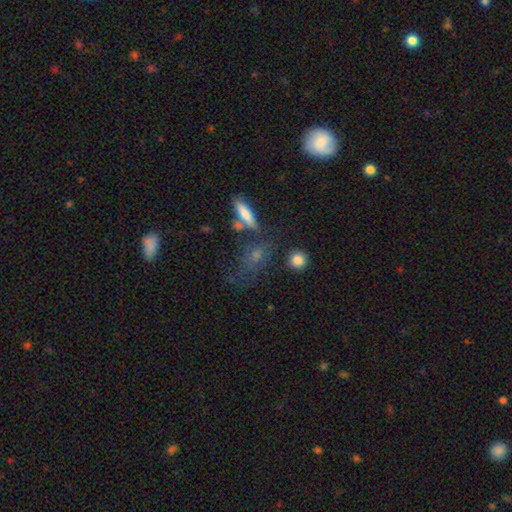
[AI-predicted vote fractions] A smooth galaxy with no disk features (64%) that is in between round and cigar-shaped (58%).

Vote fractions:
- Smooth or featured? smooth: 64% / featured or disk: 20% / star or artifact: 16%
- How rounded? in between: 58% / round: 23% / cigar-shaped: 18%
- Merging? none: 50% / minor disturbance: 21% / major disturbance: 16% / merger: 13%